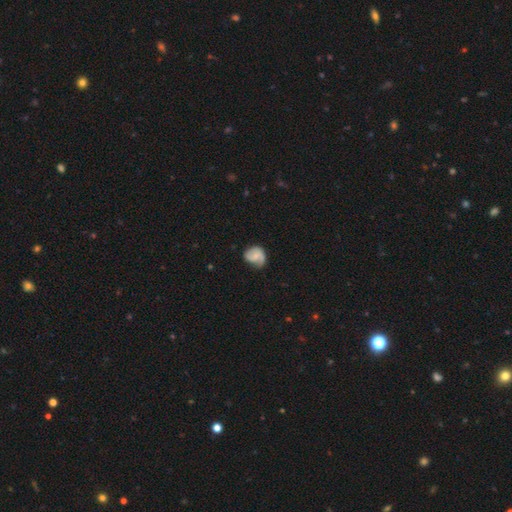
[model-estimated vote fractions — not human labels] Morphology: type=featured or disk (49%); merging=none (47%).